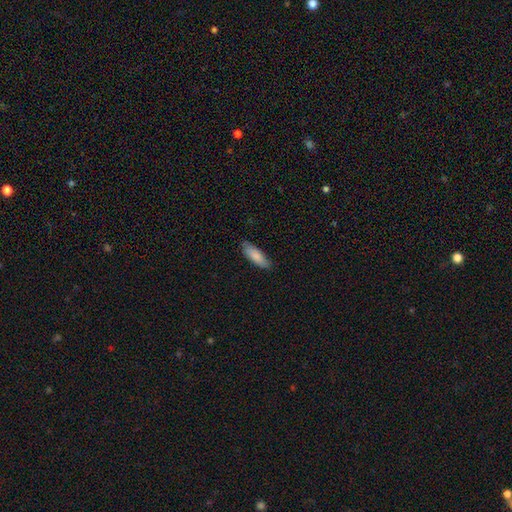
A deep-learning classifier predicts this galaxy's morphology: smooth_or_featured: smooth (p=0.85) [alt: featured or disk p=0.10]
how_rounded: in between (p=0.56) [alt: cigar-shaped p=0.43]
merging: none (p=0.82) [alt: minor disturbance p=0.15]